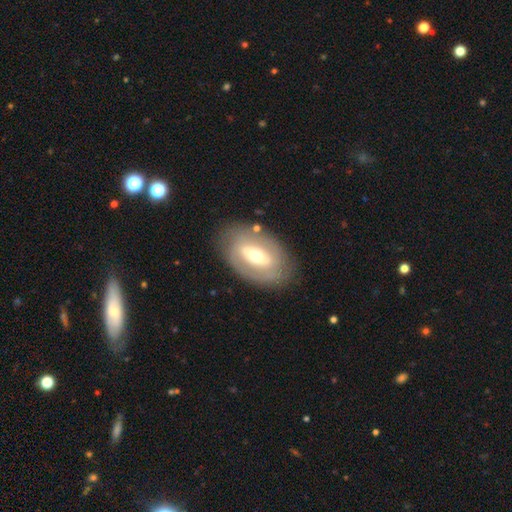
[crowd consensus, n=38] smooth_or_featured: featured or disk (p=0.76) [alt: smooth p=0.24]
disk_edge_on: no (p=0.79) [alt: yes p=0.21]
bar: no (p=0.39) [alt: weak p=0.35]
has_spiral_arms: no (p=0.57) [alt: yes p=0.43]
bulge_size: moderate (p=0.61) [alt: small p=0.39]
merging: none (p=0.68) [alt: minor disturbance p=0.18]